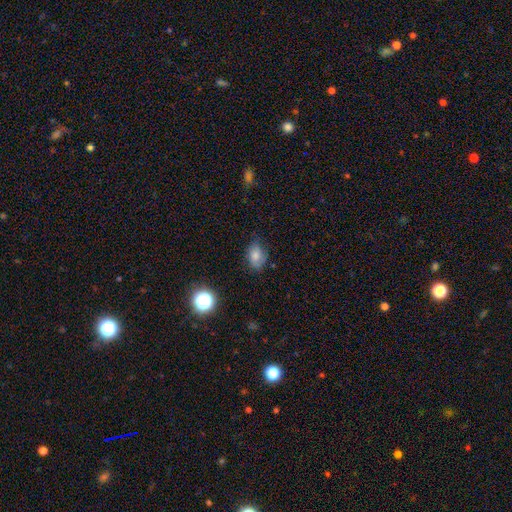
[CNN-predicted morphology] A smooth galaxy with no disk features (64%) that is in between round and cigar-shaped (76%). Merging: none (66%).